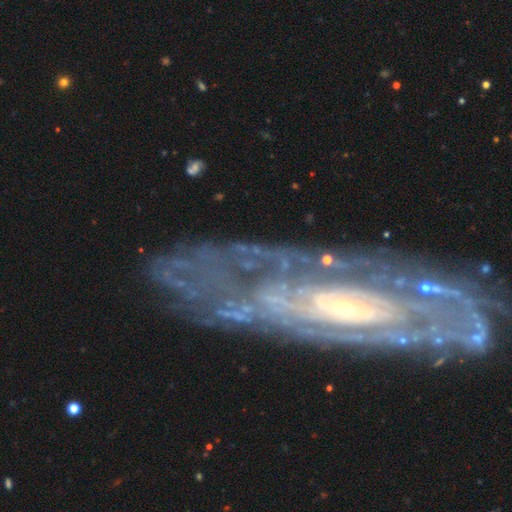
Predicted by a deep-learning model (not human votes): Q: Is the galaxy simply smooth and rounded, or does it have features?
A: featured or disk — 84%.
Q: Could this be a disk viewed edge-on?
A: no — 85%.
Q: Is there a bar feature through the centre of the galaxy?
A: no — 66%.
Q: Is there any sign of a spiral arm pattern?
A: yes — 89%.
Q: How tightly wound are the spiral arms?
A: tight — 71%.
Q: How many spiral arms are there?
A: can't tell — 47%.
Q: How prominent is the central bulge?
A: small — 72%.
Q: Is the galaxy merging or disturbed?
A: none — 72%.